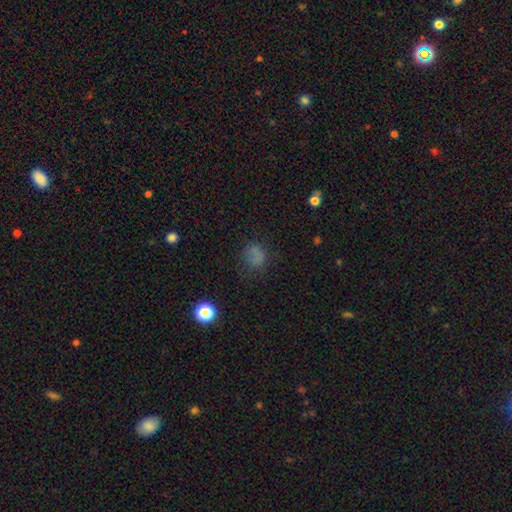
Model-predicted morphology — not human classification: Smooth or featured: smooth — 71% (star or artifact — 22%)
How rounded: round — 69% (in between — 30%)
Merging: none — 68% (minor disturbance — 20%)